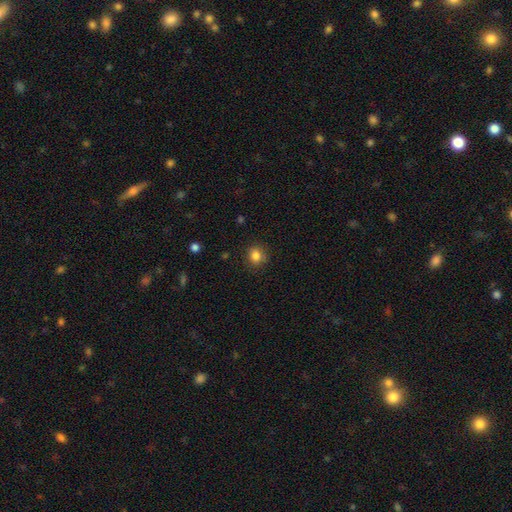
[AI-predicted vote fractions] Smooth or featured: smooth — 83% (star or artifact — 11%)
How rounded: round — 79% (in between — 20%)
Merging: none — 86% (minor disturbance — 10%)